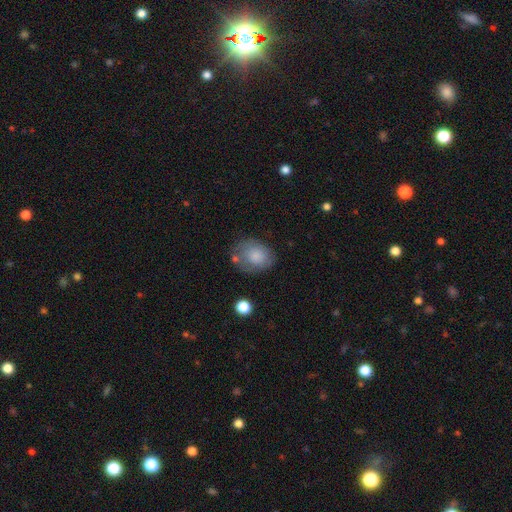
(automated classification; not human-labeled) Smooth or featured? smooth (76%)
How rounded? in between (58%)
Merging? none (58%)